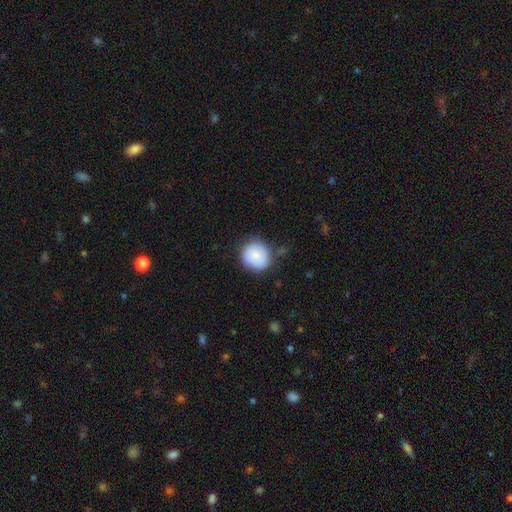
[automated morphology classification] Smooth or featured?
  - smooth: 84% *
  - featured or disk: 9%
  - star or artifact: 7%
How rounded?
  - round: 84% *
  - in between: 15%
  - cigar-shaped: 1%
Merging?
  - none: 75% *
  - minor disturbance: 18%
  - major disturbance: 4%
  - merger: 3%